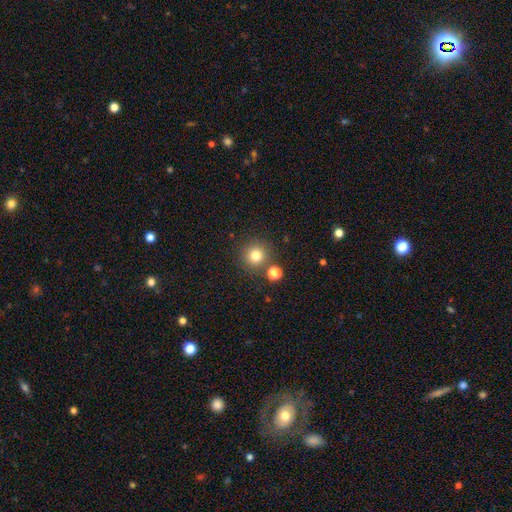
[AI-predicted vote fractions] A smooth galaxy with no disk features (79%) that is round (94%). Merging: none (79%).